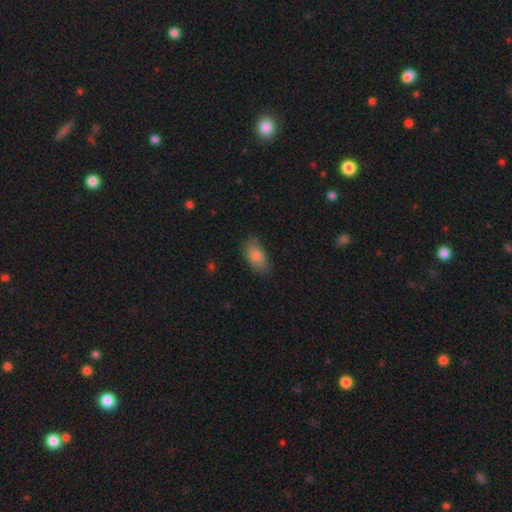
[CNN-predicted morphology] This is clearly a smooth galaxy (81%). How rounded: clearly in between (91%). Merging: likely none (73%).